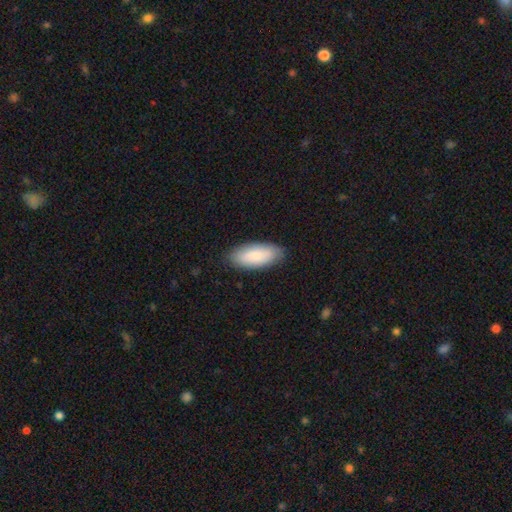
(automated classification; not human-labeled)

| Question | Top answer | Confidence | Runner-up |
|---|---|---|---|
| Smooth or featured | smooth | 82% | featured or disk (12%) |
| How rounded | in between | 88% | cigar-shaped (11%) |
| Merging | none | 86% | minor disturbance (11%) |